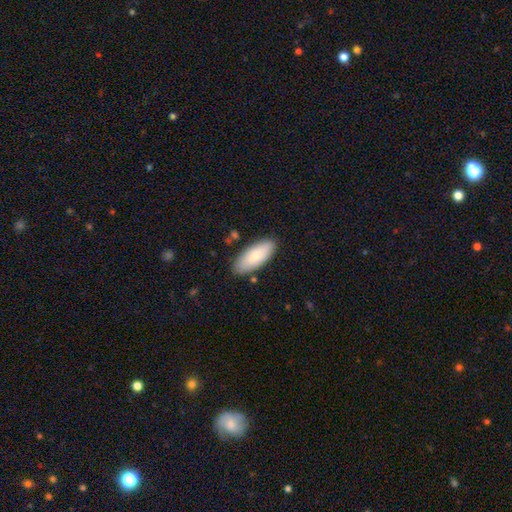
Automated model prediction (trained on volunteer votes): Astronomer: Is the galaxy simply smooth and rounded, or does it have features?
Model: smooth — 79%.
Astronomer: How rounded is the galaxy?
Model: in between — 83%.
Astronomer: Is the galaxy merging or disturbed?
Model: none — 84%.